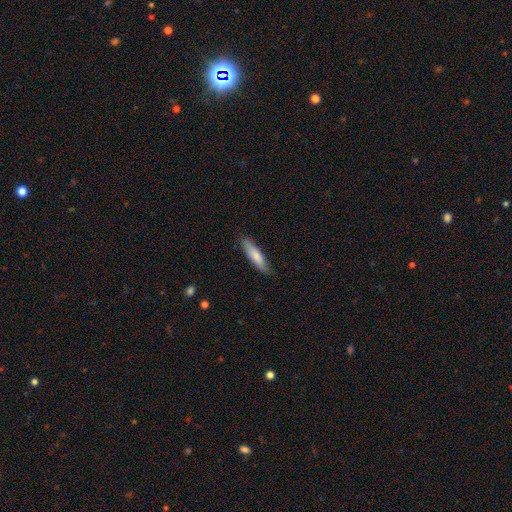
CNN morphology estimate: Smooth or featured?
  - smooth: 78% *
  - featured or disk: 16%
  - star or artifact: 5%
How rounded?
  - cigar-shaped: 73% *
  - in between: 26%
  - round: 1%
Merging?
  - none: 81% *
  - minor disturbance: 15%
  - major disturbance: 2%
  - merger: 1%